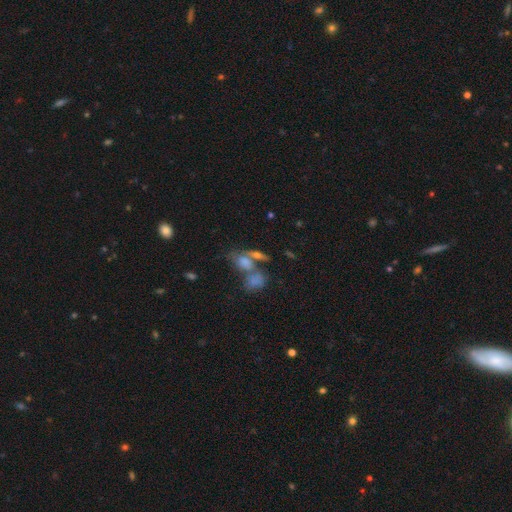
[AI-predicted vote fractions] Smooth or featured?
  - smooth: 50% *
  - featured or disk: 28%
  - star or artifact: 23%
Merging?
  - merger: 45% *
  - none: 34%
  - minor disturbance: 11%
  - major disturbance: 9%